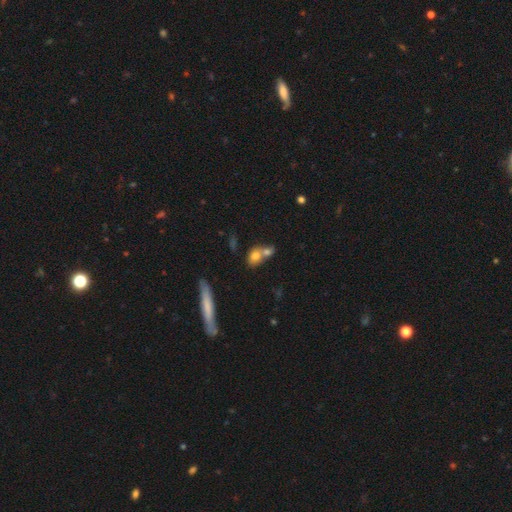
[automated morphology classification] type=smooth (72%); roundness=in between (48%); merging=merger (58%).